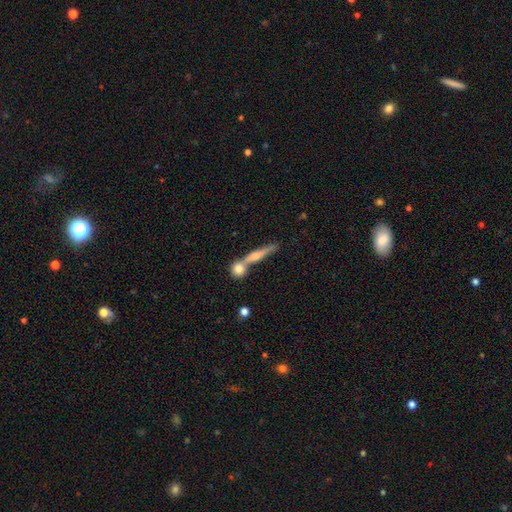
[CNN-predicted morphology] smooth_or_featured: smooth (p=0.49) [alt: featured or disk p=0.43]
merging: none (p=0.50) [alt: merger p=0.35]